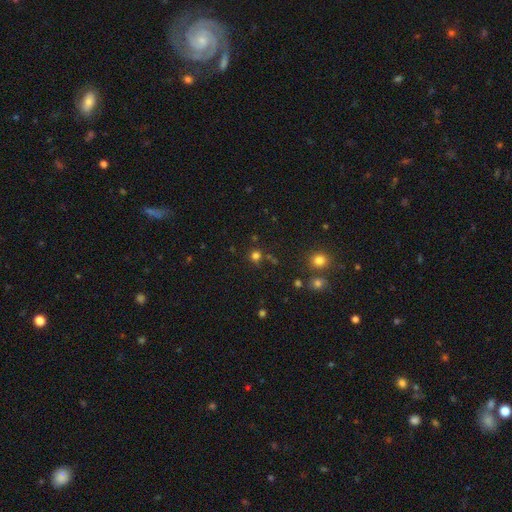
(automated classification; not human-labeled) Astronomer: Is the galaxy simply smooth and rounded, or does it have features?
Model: smooth — 72%.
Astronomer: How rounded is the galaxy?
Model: round — 90%.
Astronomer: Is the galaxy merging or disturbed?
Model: none — 78%.